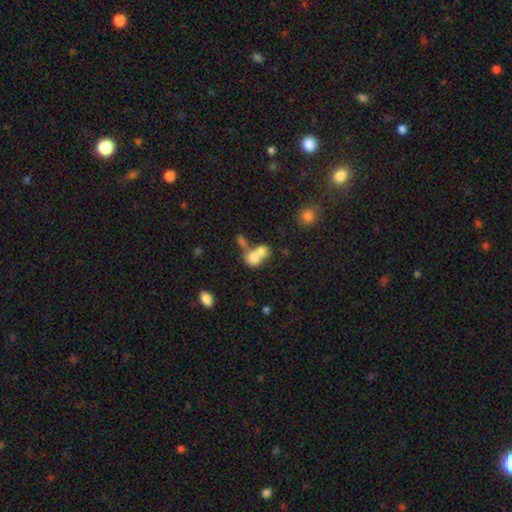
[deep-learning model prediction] This is likely a smooth galaxy (72%). How rounded: possibly round (52%). Merging: likely merger (70%).